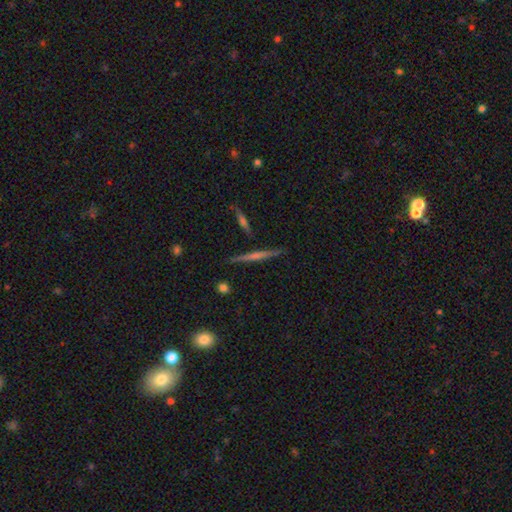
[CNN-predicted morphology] Smooth or featured? featured or disk (68%)
Edge-on disk? yes (98%)
Edge-on bulge? rounded (56%)
Merging? none (88%)